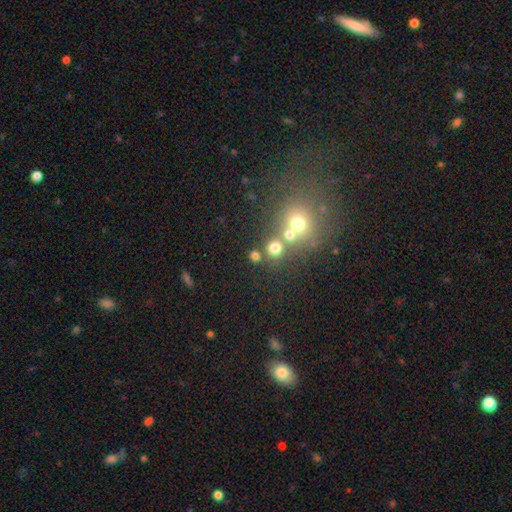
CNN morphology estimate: This is likely a smooth galaxy (71%). How rounded: clearly round (86%). Merging: likely none (64%).